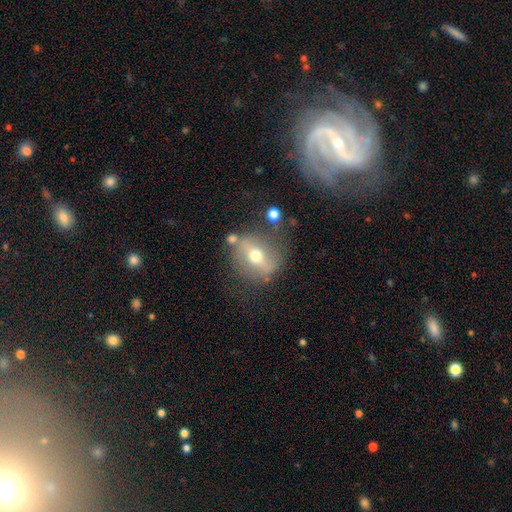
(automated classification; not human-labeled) This appears to be a featured or disk galaxy (52%). Merging: none (70%).